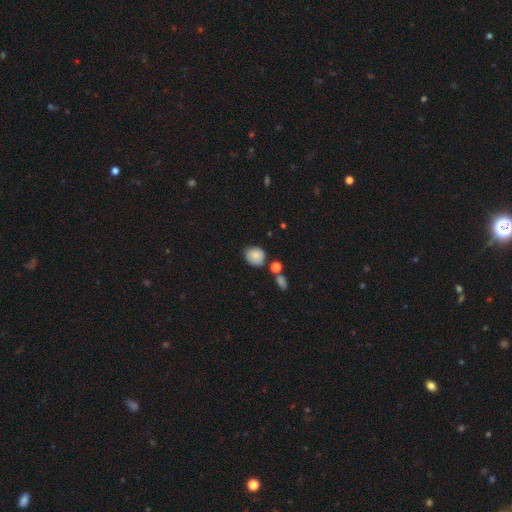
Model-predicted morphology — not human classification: The model was most divided on "how rounded": round: 69%, in between: 30%, cigar-shaped: 1%. More confident: smooth or featured — smooth (83%); merging — none (71%).